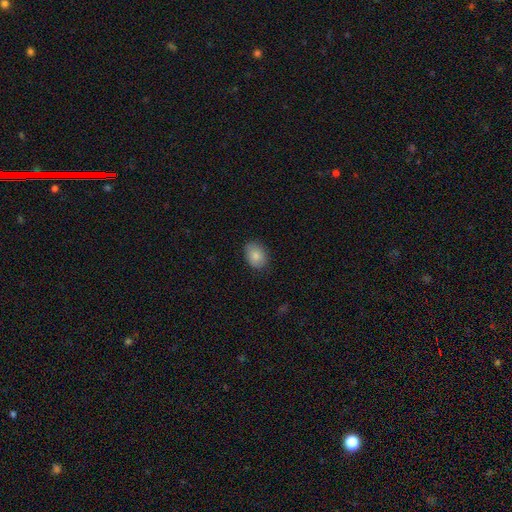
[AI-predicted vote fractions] Smooth or featured?
  - smooth: 85% *
  - star or artifact: 8%
  - featured or disk: 7%
How rounded?
  - in between: 67% *
  - round: 32%
  - cigar-shaped: 1%
Merging?
  - none: 83% *
  - minor disturbance: 13%
  - major disturbance: 3%
  - merger: 1%